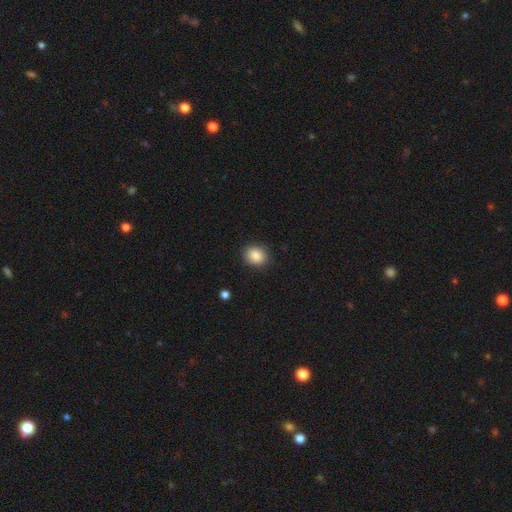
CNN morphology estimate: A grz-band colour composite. It shows a smooth galaxy with no disk features (87%) that is round (65%). Merging: none (88%).